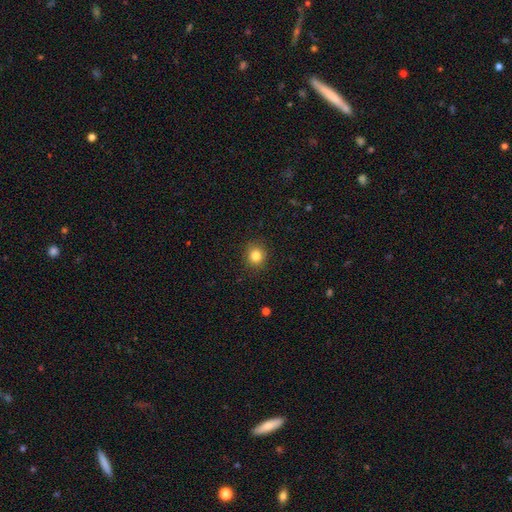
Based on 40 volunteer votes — Smooth or featured? 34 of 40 (85%) said smooth. How rounded? 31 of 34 (91%) said round. Merging? 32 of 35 (91%) said none.